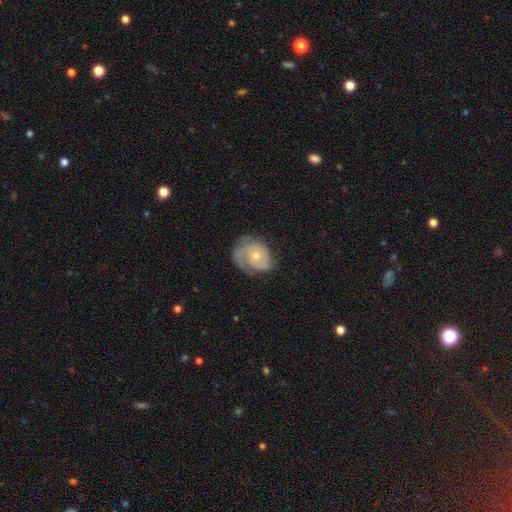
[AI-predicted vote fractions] Q: Smooth or featured?
A: featured or disk (76%); runner-up: smooth (19%)
Q: Edge-on disk?
A: no (97%); runner-up: yes (3%)
Q: Bar?
A: no (79%); runner-up: weak (18%)
Q: Spiral arms?
A: yes (92%); runner-up: no (8%)
Q: Spiral winding?
A: tight (53%); runner-up: medium (34%)
Q: Spiral arm count?
A: 2 (39%); runner-up: 1 (31%)
Q: Bulge size?
A: small (56%); runner-up: moderate (40%)
Q: Merging?
A: none (58%); runner-up: minor disturbance (24%)